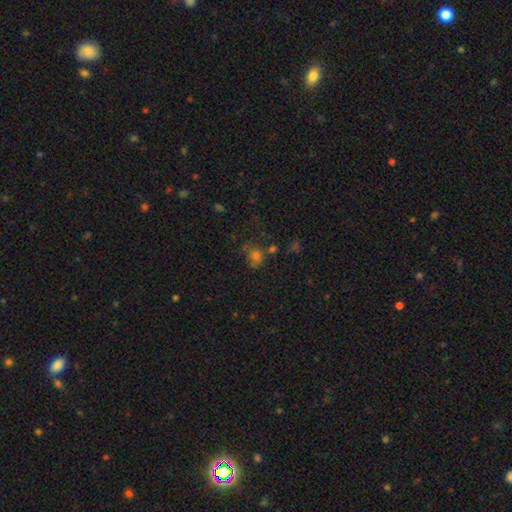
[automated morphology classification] smooth_or_featured: smooth (p=0.58) [alt: star or artifact p=0.30]
how_rounded: round (p=0.74) [alt: in between p=0.25]
merging: none (p=0.52) [alt: minor disturbance p=0.18]